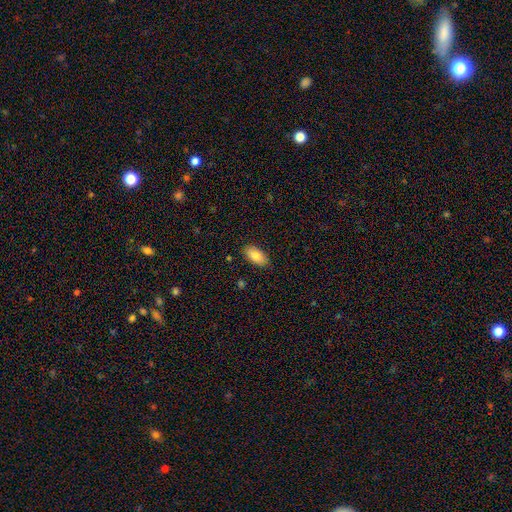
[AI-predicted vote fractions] smooth-or-featured: smooth: 82% | featured or disk: 11% | star or artifact: 7%
  how-rounded: in between: 93% | cigar-shaped: 4% | round: 3%
  merging: none: 88% | minor disturbance: 9% | major disturbance: 2% | merger: 1%